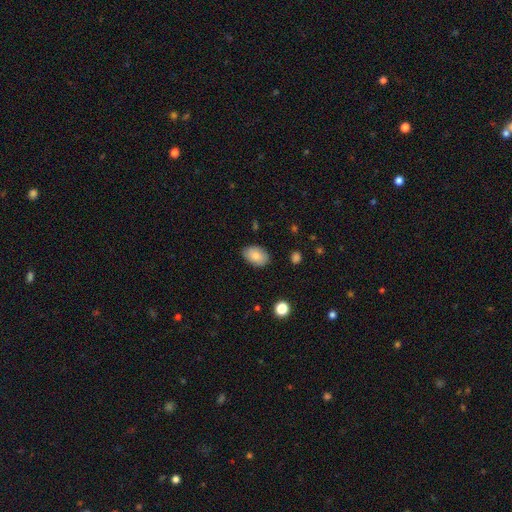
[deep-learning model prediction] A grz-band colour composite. It shows a smooth galaxy with no disk features (81%) that is in between round and cigar-shaped (85%). Merging: none (84%).